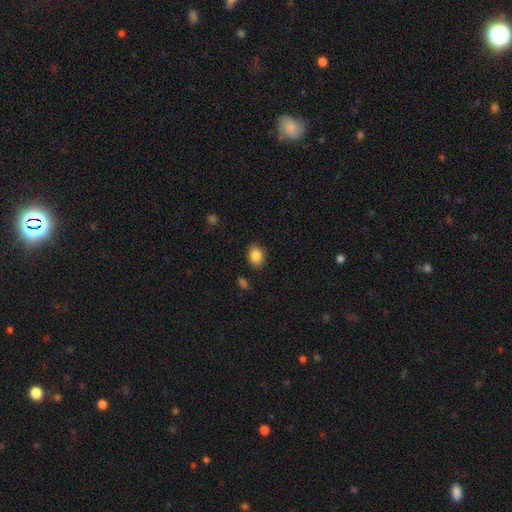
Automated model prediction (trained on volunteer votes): Q: Smooth or featured?
A: smooth (86%); runner-up: star or artifact (8%)
Q: How rounded?
A: in between (71%); runner-up: round (28%)
Q: Merging?
A: none (87%); runner-up: minor disturbance (10%)